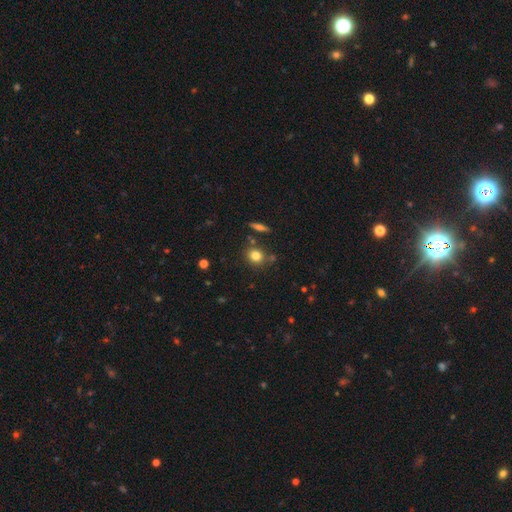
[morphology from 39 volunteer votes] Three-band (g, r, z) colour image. It shows a smooth galaxy with no disk features (77%) that is round (60%). Merging: none (64%).